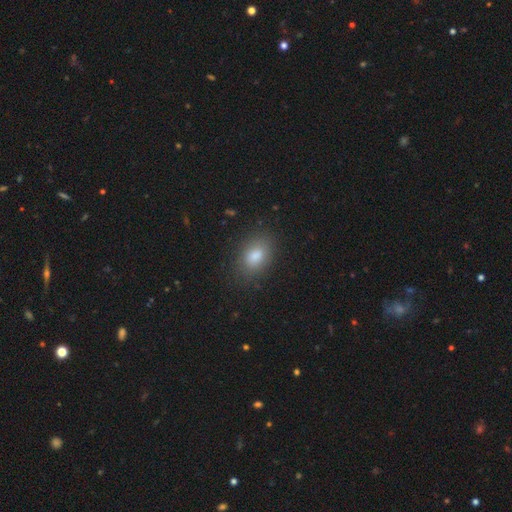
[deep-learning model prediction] The model was most divided on "how rounded": in between: 83%, round: 15%, cigar-shaped: 2%. More confident: merging — none (84%); smooth or featured — smooth (81%).